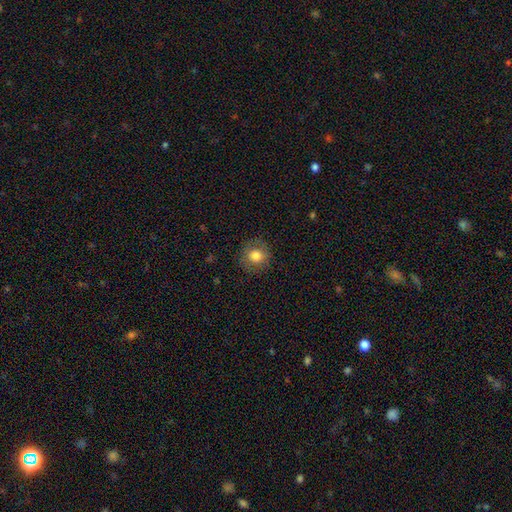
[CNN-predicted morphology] Smooth or featured? smooth (79%)
How rounded? round (89%)
Merging? none (86%)